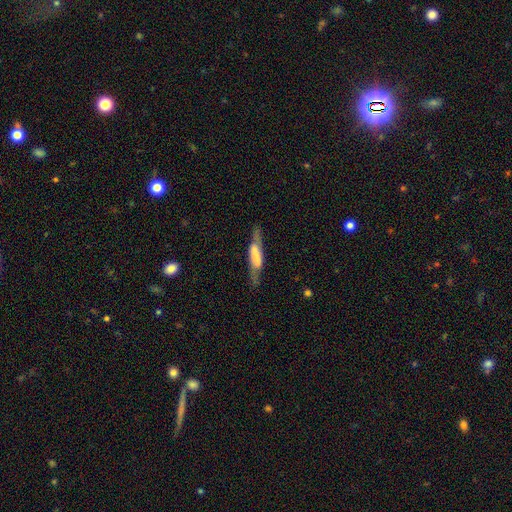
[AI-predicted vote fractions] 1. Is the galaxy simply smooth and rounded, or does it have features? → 56% featured or disk, 38% smooth, 6% star or artifact.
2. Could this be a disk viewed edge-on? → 60% yes, 40% no.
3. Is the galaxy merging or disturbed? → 69% none, 19% minor disturbance, 10% major disturbance, 2% merger.